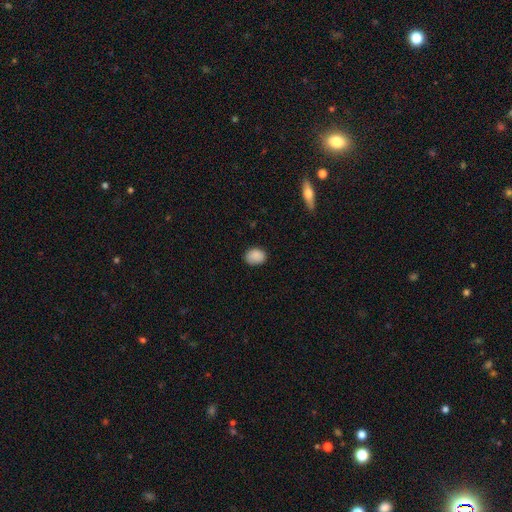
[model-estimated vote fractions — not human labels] smooth_or_featured: smooth (p=0.88) [alt: star or artifact p=0.08]
how_rounded: in between (p=0.59) [alt: round p=0.40]
merging: none (p=0.82) [alt: minor disturbance p=0.14]